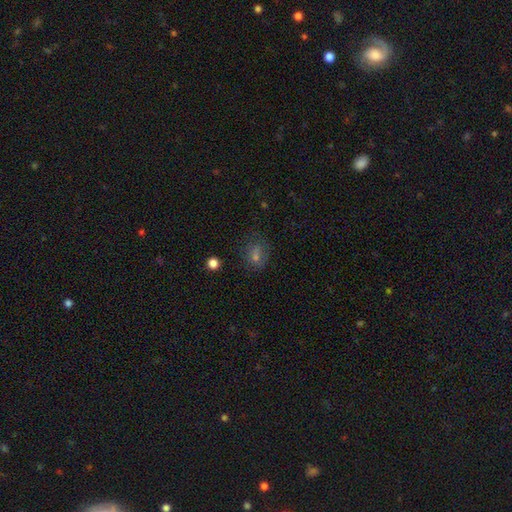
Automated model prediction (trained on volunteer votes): This is possibly a smooth galaxy (54%). How rounded: possibly in between (50%). Merging: likely none (68%).